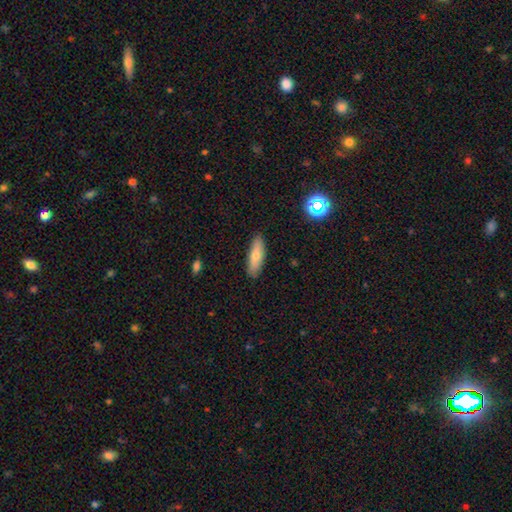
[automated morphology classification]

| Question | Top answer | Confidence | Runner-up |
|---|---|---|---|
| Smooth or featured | smooth | 73% | featured or disk (20%) |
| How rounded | cigar-shaped | 50% | in between (48%) |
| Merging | none | 87% | minor disturbance (10%) |